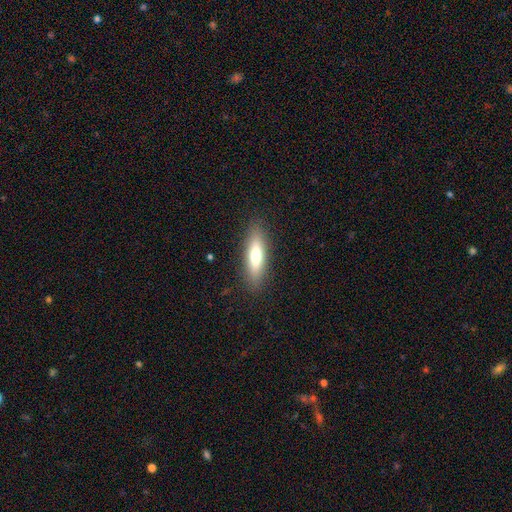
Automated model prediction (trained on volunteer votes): Morphology: type=smooth (68%); roundness=cigar-shaped (54%); merging=none (87%).